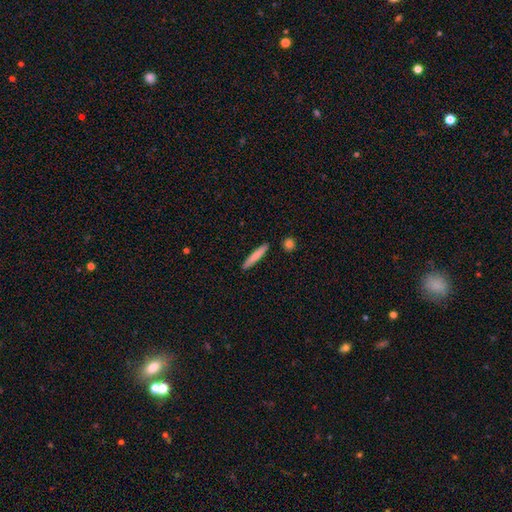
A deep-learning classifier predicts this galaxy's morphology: A smooth galaxy with no disk features (77%) that is cigar-shaped (94%). Merging: none (89%).